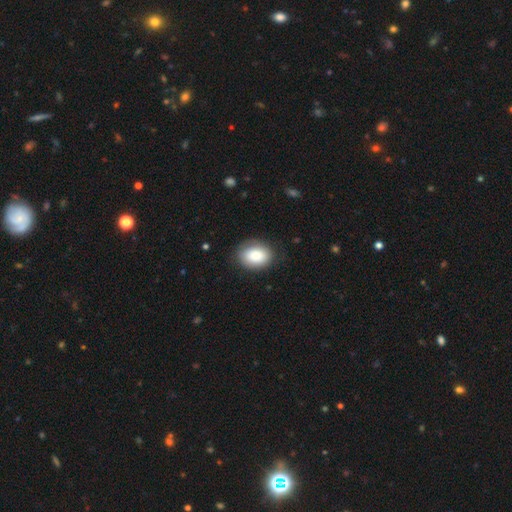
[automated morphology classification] smooth_or_featured: smooth (p=0.85) [alt: featured or disk p=0.08]
how_rounded: in between (p=0.76) [alt: round p=0.24]
merging: none (p=0.82) [alt: minor disturbance p=0.14]